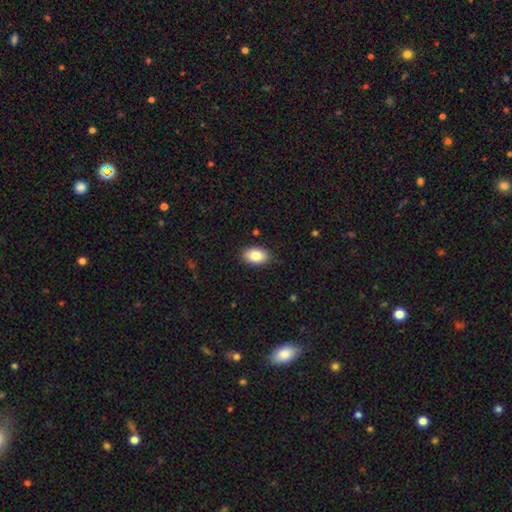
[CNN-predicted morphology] Smooth or featured: smooth — 85% (featured or disk — 7%)
How rounded: in between — 88% (round — 11%)
Merging: none — 87% (minor disturbance — 10%)